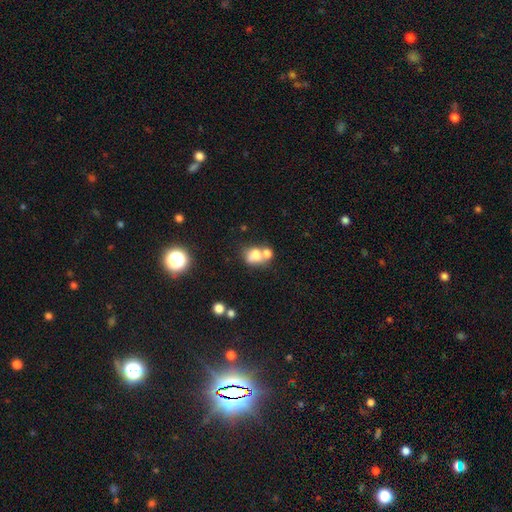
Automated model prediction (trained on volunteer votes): Smooth or featured? smooth (70%)
How rounded? in between (51%)
Merging? merger (55%)